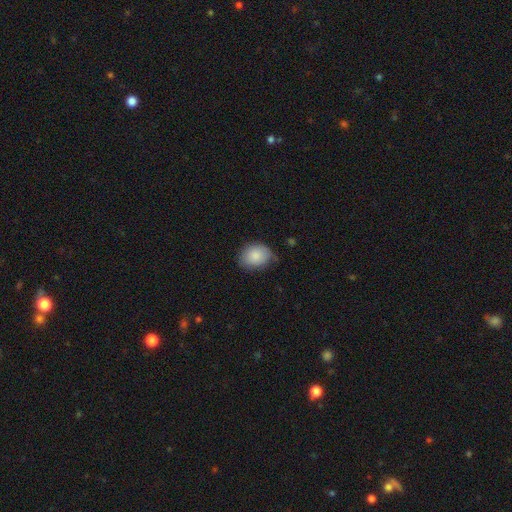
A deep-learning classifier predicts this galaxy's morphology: Smooth or featured?
  - smooth: 86% *
  - featured or disk: 7%
  - star or artifact: 7%
How rounded?
  - in between: 58% *
  - round: 41%
  - cigar-shaped: 1%
Merging?
  - none: 63% *
  - minor disturbance: 30%
  - major disturbance: 5%
  - merger: 2%